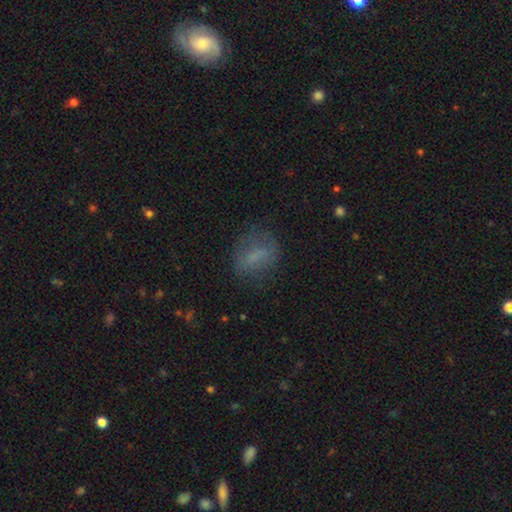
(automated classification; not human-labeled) This is likely a smooth galaxy (65%). How rounded: likely in between (66%). Merging: likely none (66%).